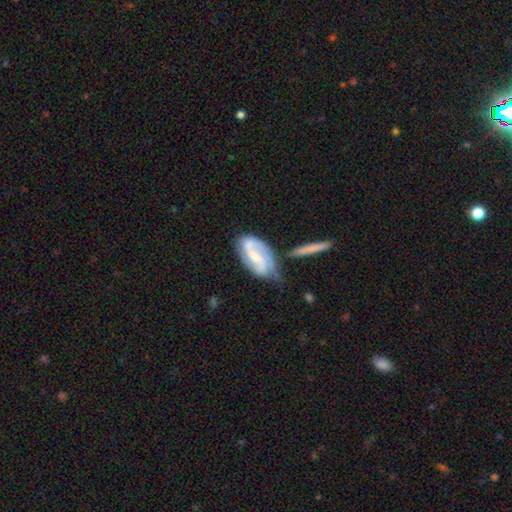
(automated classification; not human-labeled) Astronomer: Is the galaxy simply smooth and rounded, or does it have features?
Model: featured or disk — 72%.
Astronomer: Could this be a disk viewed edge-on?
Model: no — 94%.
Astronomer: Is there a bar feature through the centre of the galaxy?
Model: weak — 47% (runner-up: no, 29%).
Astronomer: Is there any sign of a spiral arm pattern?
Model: yes — 91%.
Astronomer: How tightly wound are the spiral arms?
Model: medium — 46% (runner-up: loose, 28%).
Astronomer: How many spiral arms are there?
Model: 2 — 77%.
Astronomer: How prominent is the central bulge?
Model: small — 45% (runner-up: moderate, 40%).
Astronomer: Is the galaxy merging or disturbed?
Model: none — 46% (runner-up: minor disturbance, 28%).